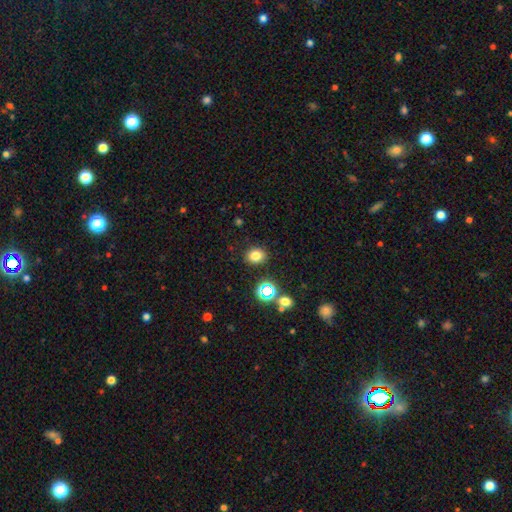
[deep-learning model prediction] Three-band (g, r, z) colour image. It shows a smooth galaxy with no disk features (76%) that is round (65%). Merging: none (85%).